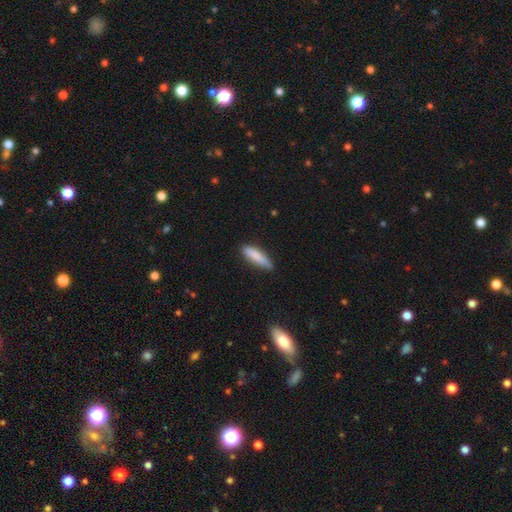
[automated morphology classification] This appears to be a smooth galaxy with no disk features (84%) that is cigar-shaped (68%). Merging: none (74%).